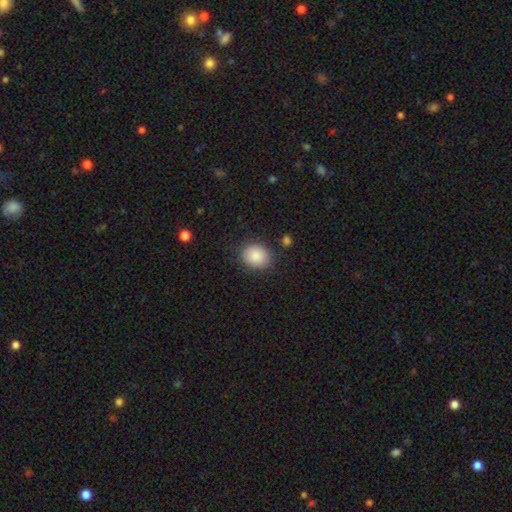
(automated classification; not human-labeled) The model was most divided on "how rounded": round: 64%, in between: 35%, cigar-shaped: 1%. More confident: smooth or featured — smooth (88%); merging — none (84%).